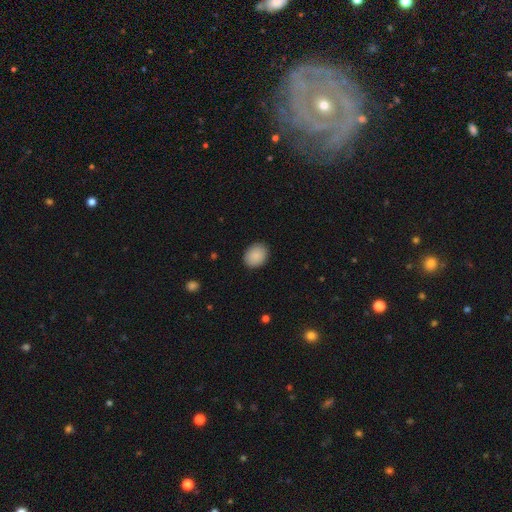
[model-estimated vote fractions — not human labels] smooth 89%, star or artifact 7%, featured or disk 4%. Down the decision tree: how rounded — round (52%); merging — none (88%).